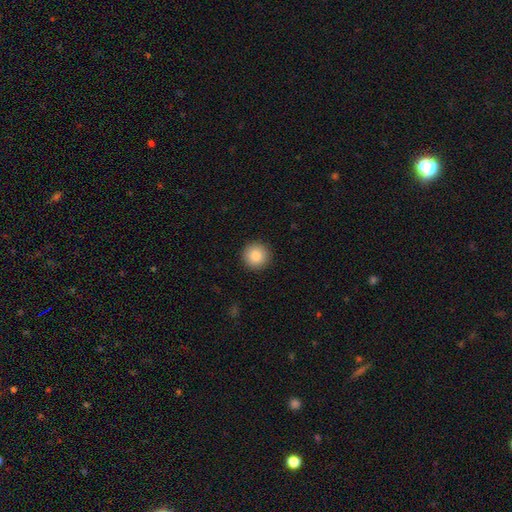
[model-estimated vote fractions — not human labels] The model was most divided on "smooth or featured": smooth: 86%, star or artifact: 9%, featured or disk: 5%. More confident: how rounded — round (96%); merging — none (93%).